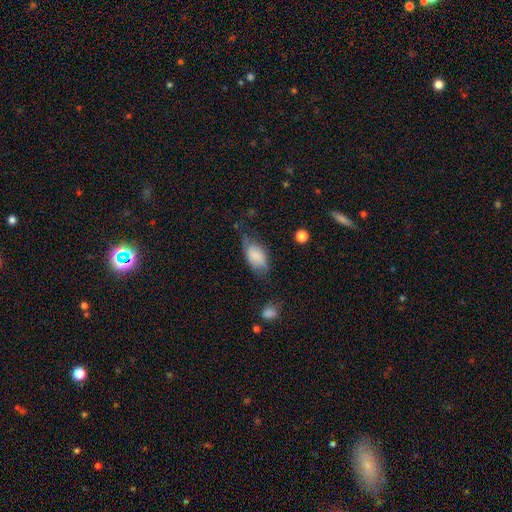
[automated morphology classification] type=smooth (78%); roundness=in between (91%); merging=none (47%).